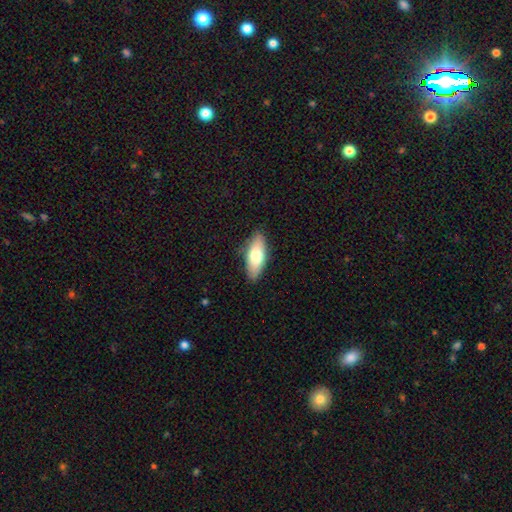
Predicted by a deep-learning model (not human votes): A smooth galaxy with no disk features (71%) that is in between round and cigar-shaped (75%).

Vote fractions:
- Smooth or featured? smooth: 71% / featured or disk: 23% / star or artifact: 6%
- How rounded? in between: 75% / cigar-shaped: 22% / round: 2%
- Merging? none: 86% / minor disturbance: 11% / major disturbance: 2% / merger: 1%